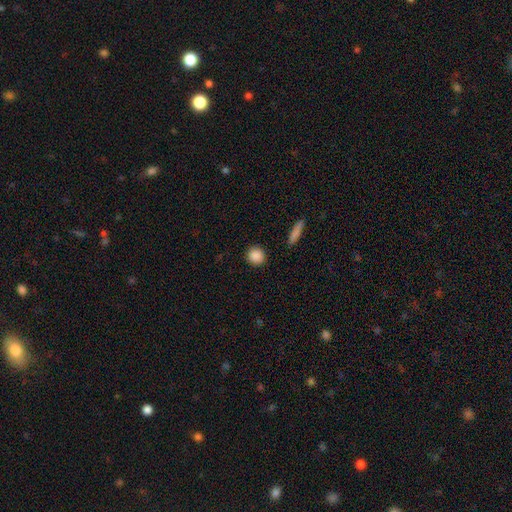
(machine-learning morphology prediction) smooth_or_featured: smooth (p=0.88) [alt: star or artifact p=0.08]
how_rounded: round (p=0.89) [alt: in between p=0.09]
merging: none (p=0.91) [alt: minor disturbance p=0.06]